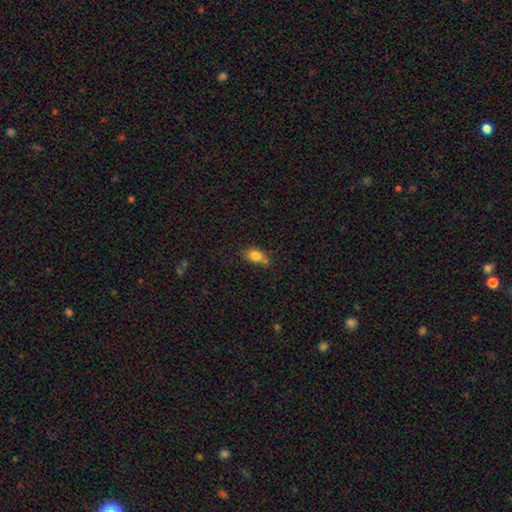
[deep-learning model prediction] This is clearly a smooth galaxy (82%). How rounded: clearly in between (81%). Merging: possibly none (56%).